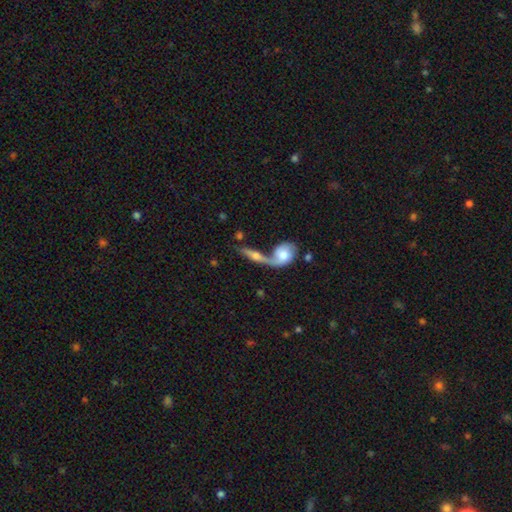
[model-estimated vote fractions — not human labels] Morphology: type=featured or disk (53%); edge-on=no (50%, tied with yes); merging=merger (60%).